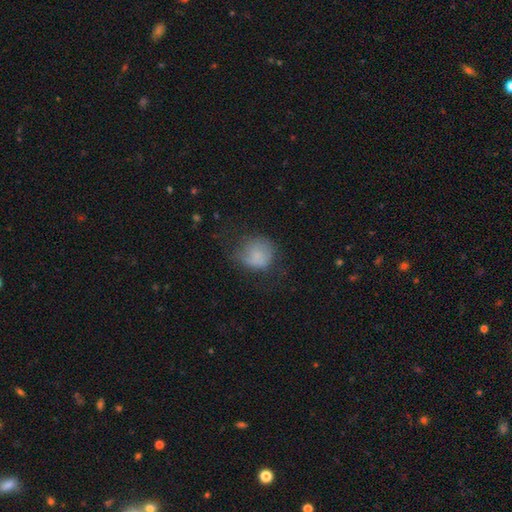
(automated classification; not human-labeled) smooth 70%, featured or disk 18%, star or artifact 11%. Down the decision tree: how rounded — round (74%); merging — none (46%).